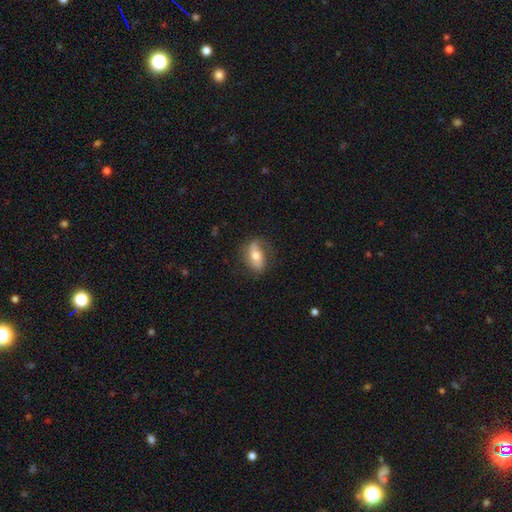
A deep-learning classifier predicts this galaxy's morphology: type=smooth (53%); roundness=in between (83%); merging=none (73%).